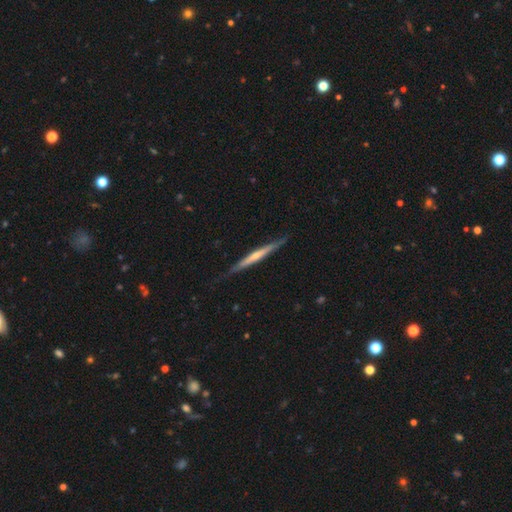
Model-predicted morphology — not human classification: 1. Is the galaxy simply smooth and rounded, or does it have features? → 62% featured or disk, 33% smooth, 5% star or artifact.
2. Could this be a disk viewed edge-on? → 97% yes, 3% no.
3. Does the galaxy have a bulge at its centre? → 51% none, 41% rounded, 8% boxy.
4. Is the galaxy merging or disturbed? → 83% none, 14% minor disturbance, 2% major disturbance, 1% merger.